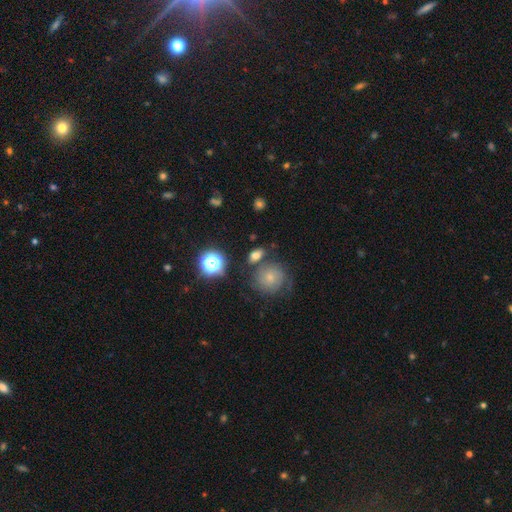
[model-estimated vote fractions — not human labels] Q: Smooth or featured?
A: smooth (63%); runner-up: featured or disk (19%)
Q: How rounded?
A: in between (58%); runner-up: round (38%)
Q: Merging?
A: none (67%); runner-up: minor disturbance (14%)